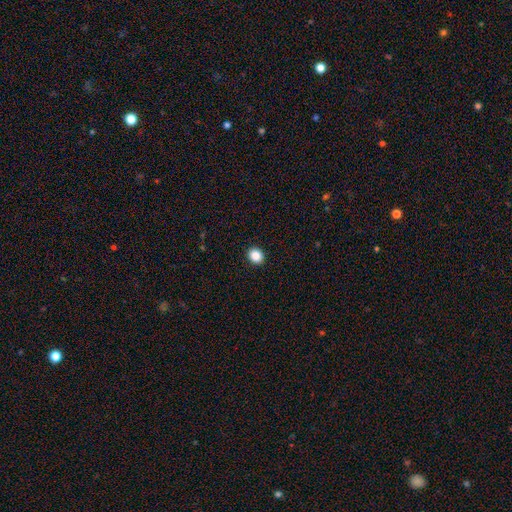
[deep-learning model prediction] A smooth galaxy with no disk features (87%) that is round (66%). Merging: none (92%).